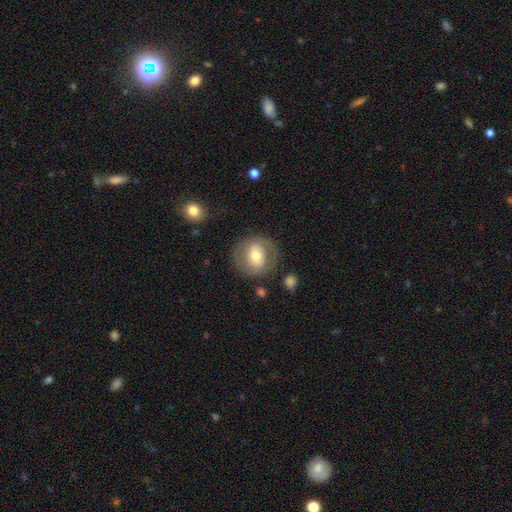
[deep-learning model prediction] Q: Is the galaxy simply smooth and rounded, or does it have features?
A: smooth — 53%.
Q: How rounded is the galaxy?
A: round — 84%.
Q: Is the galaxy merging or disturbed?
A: none — 79%.